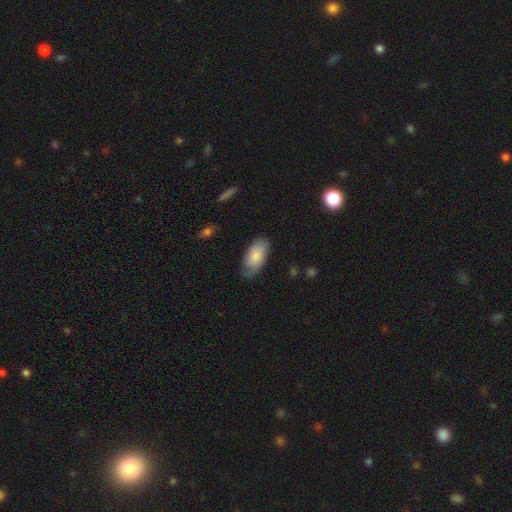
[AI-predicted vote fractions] Smooth or featured? smooth (75%)
How rounded? in between (94%)
Merging? none (64%)